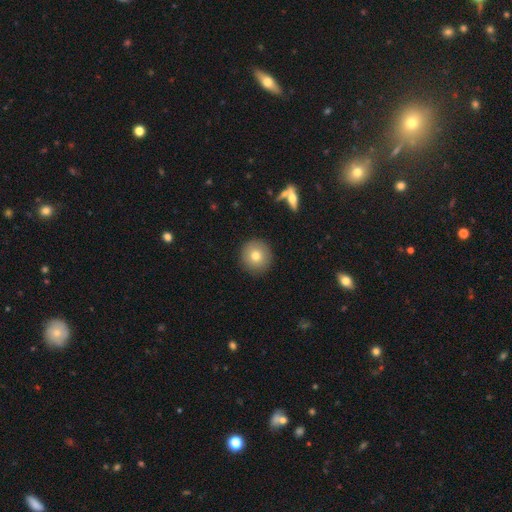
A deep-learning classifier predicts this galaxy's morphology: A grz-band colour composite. It shows a smooth galaxy with no disk features (76%) that is round (94%). Merging: none (91%).